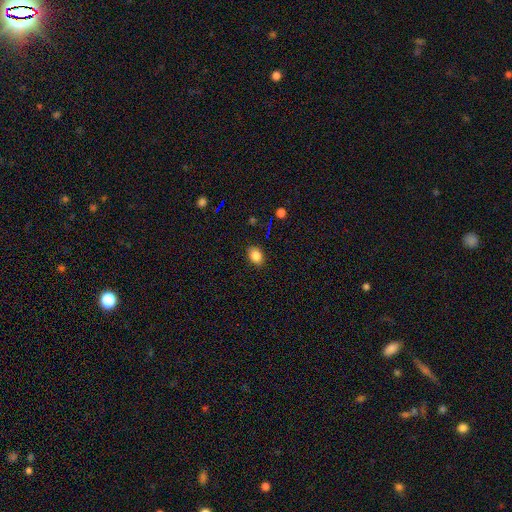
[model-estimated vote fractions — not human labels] This appears to be a smooth galaxy with no disk features (84%) that is in between round and cigar-shaped (70%). Merging: none (87%).